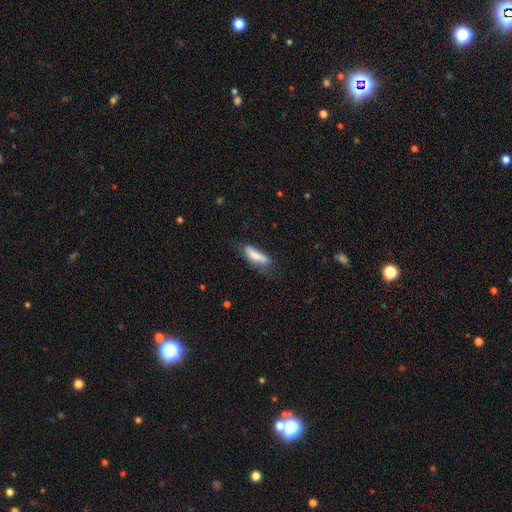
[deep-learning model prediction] The model was most divided on "how rounded": cigar-shaped: 52%, in between: 46%, round: 2%. Remaining: smooth or featured — smooth (74%); merging — none (47%).